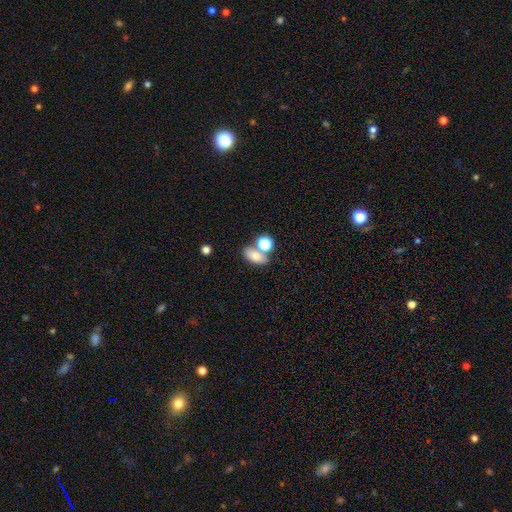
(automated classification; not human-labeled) A smooth galaxy with no disk features (73%) that is in between round and cigar-shaped (78%). Merging: none (53%).